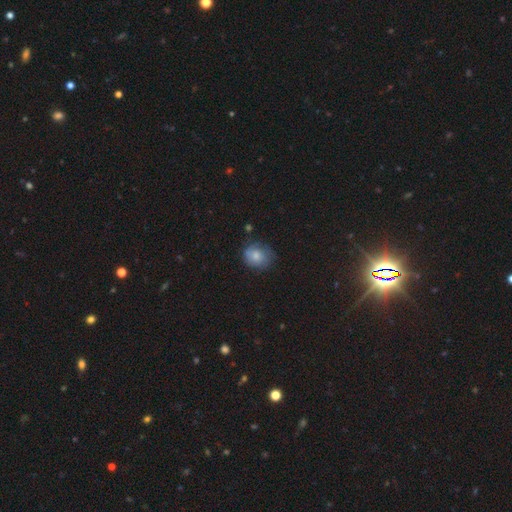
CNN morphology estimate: smooth 70%, featured or disk 22%, star or artifact 8%. Down the decision tree: how rounded — round (69%); merging — none (65%).